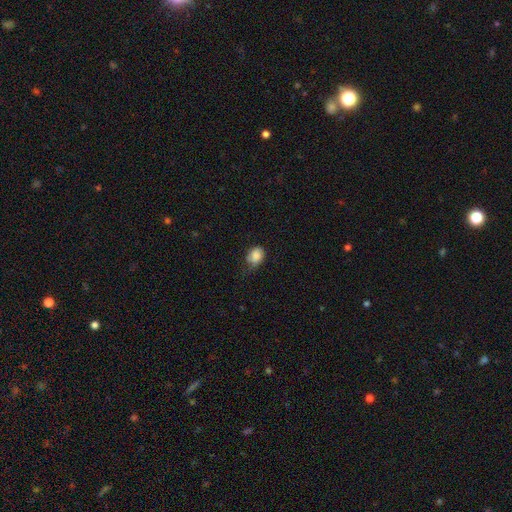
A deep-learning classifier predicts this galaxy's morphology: Smooth or featured: smooth — 85% (star or artifact — 8%)
How rounded: in between — 56% (round — 43%)
Merging: none — 50% (minor disturbance — 37%)